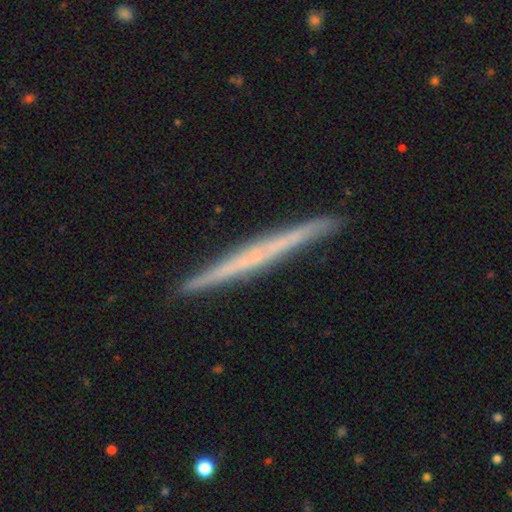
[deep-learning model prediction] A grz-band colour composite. It shows a featured or disk galaxy (61%) viewed edge-on (97%) with no central bulge (86%). Merging: none (91%).